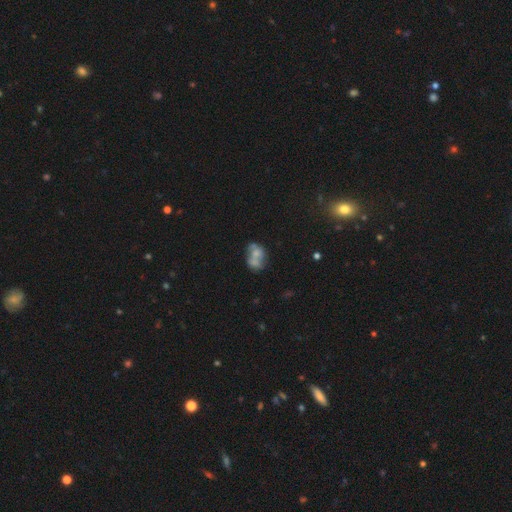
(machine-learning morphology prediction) Smooth or featured: smooth — 51% (featured or disk — 38%)
How rounded: in between — 66% (round — 33%)
Merging: merger — 47% (none — 28%)